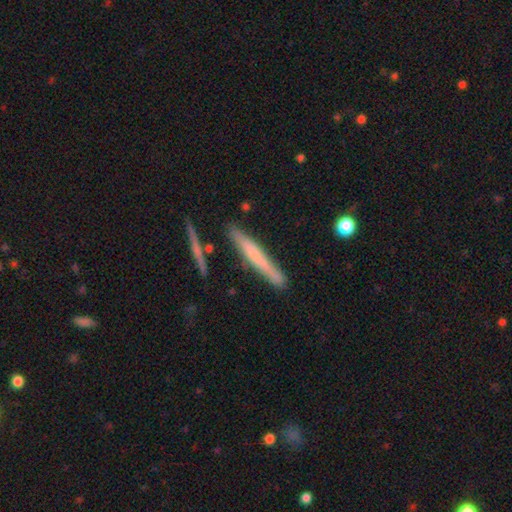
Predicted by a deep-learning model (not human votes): A smooth galaxy with no disk features (52%) that is cigar-shaped (96%).

Vote fractions:
- Smooth or featured? smooth: 52% / featured or disk: 42% / star or artifact: 6%
- How rounded? cigar-shaped: 96% / in between: 3% / round: 1%
- Merging? none: 82% / minor disturbance: 12% / merger: 4% / major disturbance: 2%